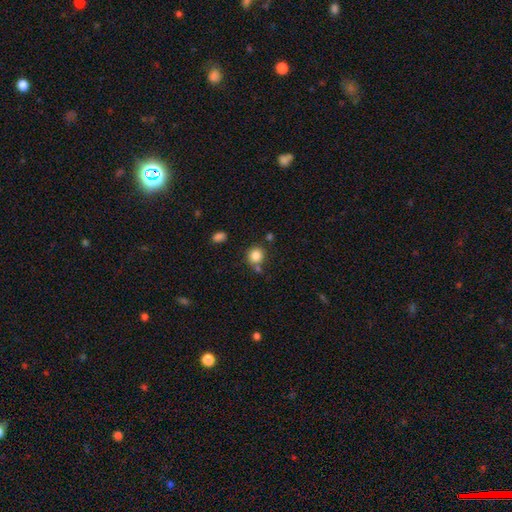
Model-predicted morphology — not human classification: smooth 84%, star or artifact 11%, featured or disk 5%. Down the decision tree: how rounded — round (86%); merging — none (71%).